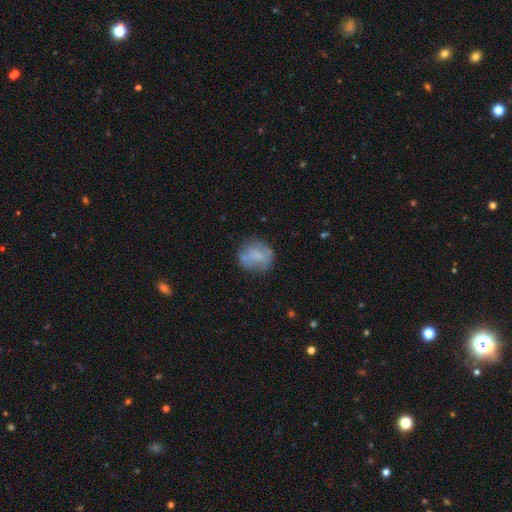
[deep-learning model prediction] The model was most divided on "smooth or featured": smooth: 53%, featured or disk: 38%, star or artifact: 9%. More confident: how rounded — round (77%); merging — none (63%).